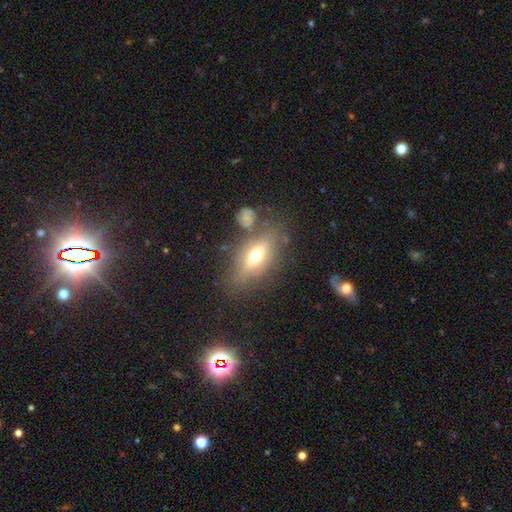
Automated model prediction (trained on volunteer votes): Smooth or featured?
  - smooth: 50% *
  - featured or disk: 41%
  - star or artifact: 9%
How rounded?
  - in between: 70% *
  - cigar-shaped: 23%
  - round: 7%
Merging?
  - none: 69% *
  - minor disturbance: 16%
  - major disturbance: 8%
  - merger: 6%